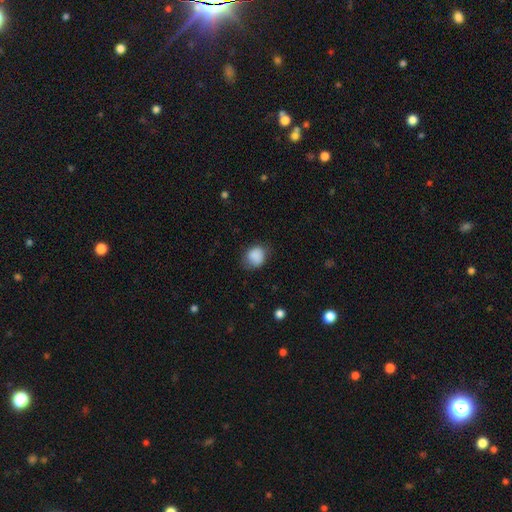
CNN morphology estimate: smooth 85%, star or artifact 8%, featured or disk 7%. Down the decision tree: how rounded — round (63%); merging — none (65%).